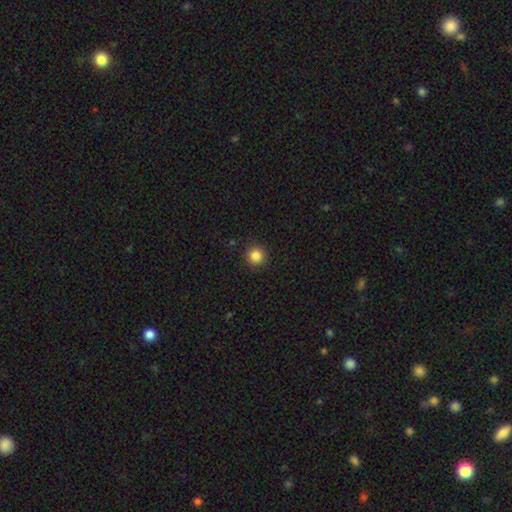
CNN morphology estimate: This appears to be a smooth galaxy with no disk features (85%) that is round (95%). Merging: none (92%).